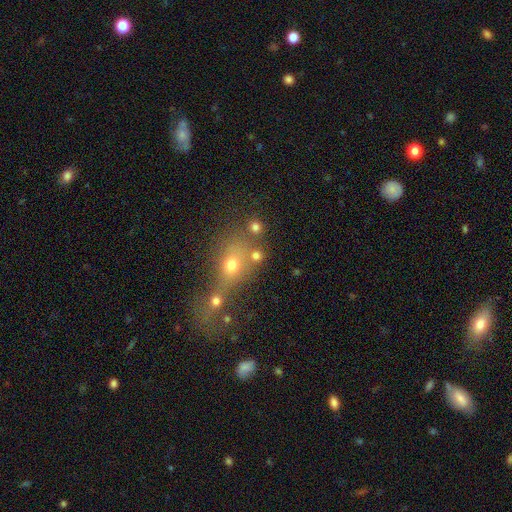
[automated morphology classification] Smooth or featured: smooth — 69% (star or artifact — 19%)
How rounded: round — 69% (in between — 29%)
Merging: none — 51% (merger — 34%)